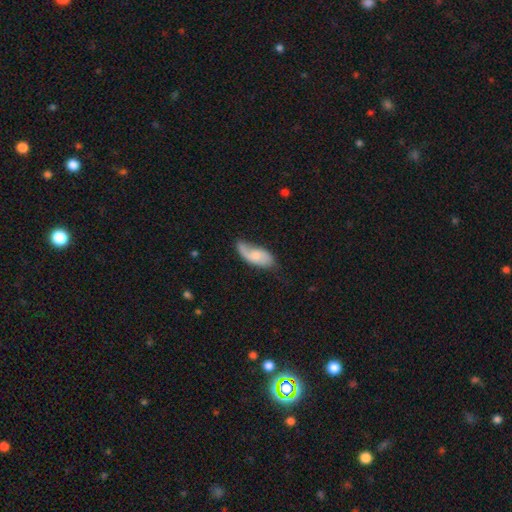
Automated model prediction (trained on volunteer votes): featured or disk 51%, smooth 44%, star or artifact 6%. Down the decision tree: edge-on disk — no (92%); merging — none (46%).